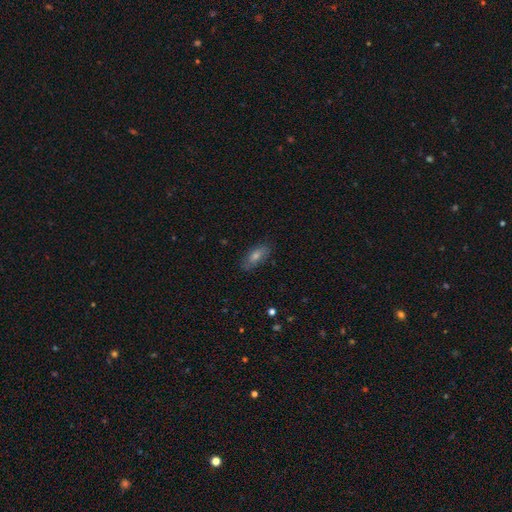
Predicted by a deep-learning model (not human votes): smooth 56%, featured or disk 30%, star or artifact 15%. Down the decision tree: how rounded — in between (75%); merging — none (84%).